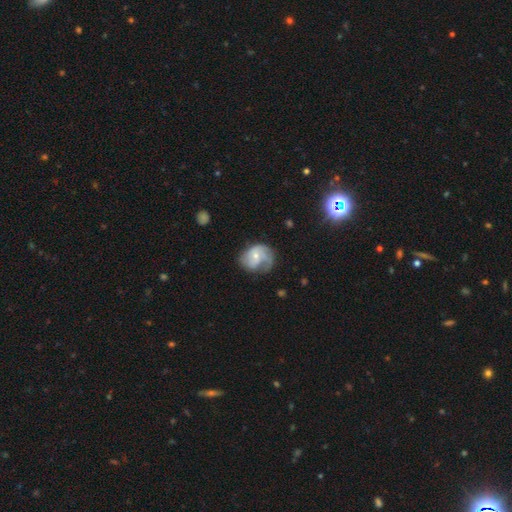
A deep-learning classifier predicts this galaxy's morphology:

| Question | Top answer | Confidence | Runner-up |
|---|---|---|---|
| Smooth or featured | featured or disk | 63% | smooth (30%) |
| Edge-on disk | no | 97% | yes (3%) |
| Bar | no | 63% | weak (31%) |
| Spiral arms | yes | 82% | no (18%) |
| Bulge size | small | 61% | moderate (33%) |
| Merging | none | 41% | minor disturbance (30%) |